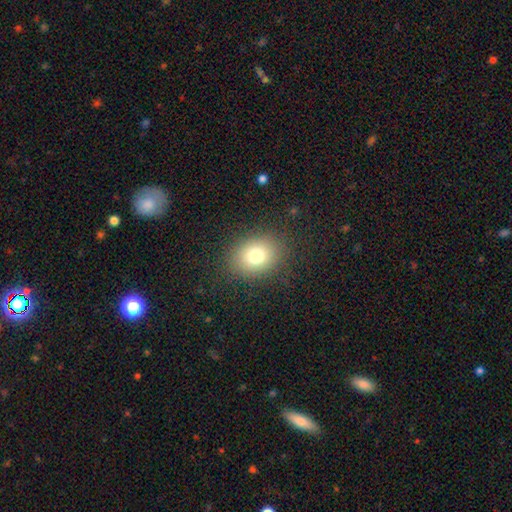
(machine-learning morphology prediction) This appears to be a smooth galaxy with no disk features (77%) that is in between round and cigar-shaped (51%). Merging: none (86%).